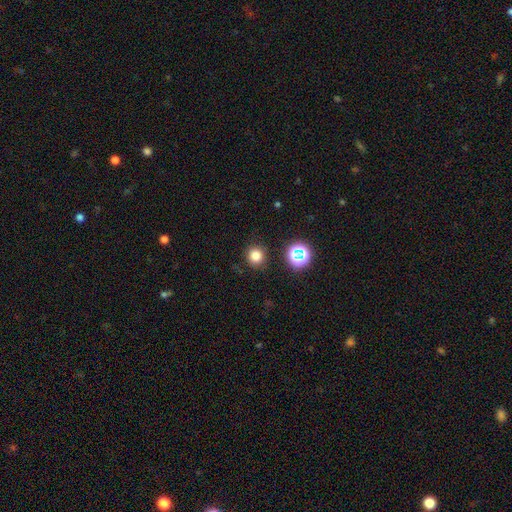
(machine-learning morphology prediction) This is likely a smooth galaxy (78%). How rounded: clearly round (91%). Merging: clearly none (87%).